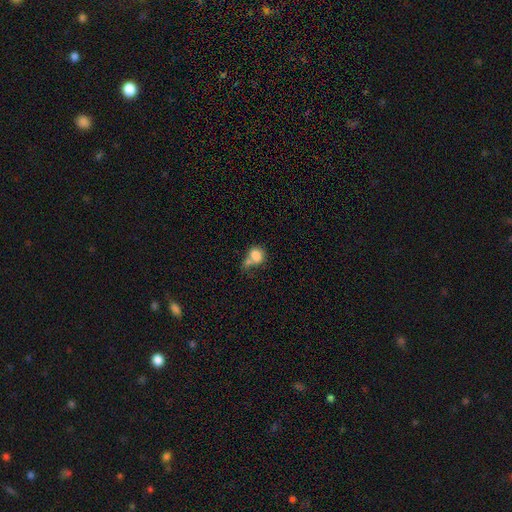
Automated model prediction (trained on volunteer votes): smooth-or-featured: smooth: 79% | featured or disk: 11% | star or artifact: 10%
  how-rounded: round: 60% | in between: 39% | cigar-shaped: 1%
  merging: merger: 43% | none: 32% | minor disturbance: 15% | major disturbance: 10%